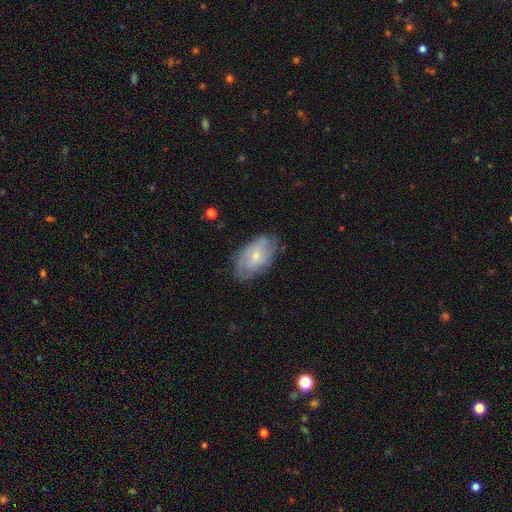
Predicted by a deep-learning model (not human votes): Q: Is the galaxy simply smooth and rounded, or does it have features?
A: smooth — 54%.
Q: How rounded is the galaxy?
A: in between — 92%.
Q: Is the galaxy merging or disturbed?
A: none — 69%.